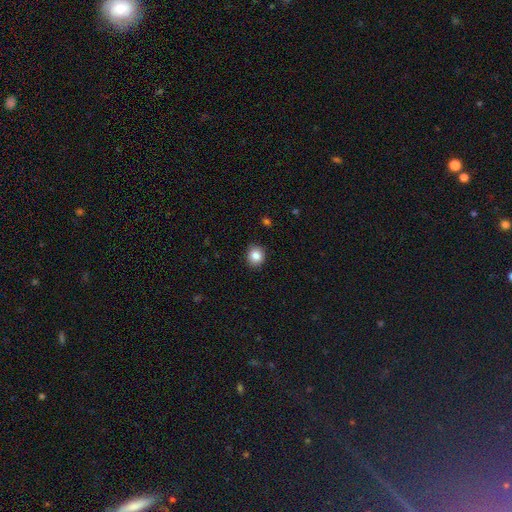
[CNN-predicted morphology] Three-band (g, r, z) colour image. It shows a smooth galaxy with no disk features (84%) that is round (84%). Merging: none (90%).